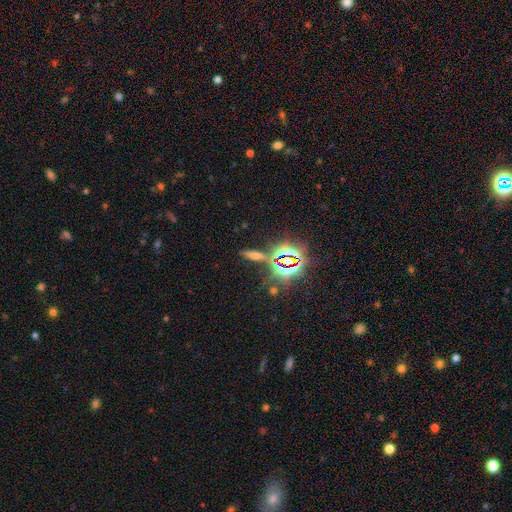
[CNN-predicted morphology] This is marginally a star or artifact rather than a galaxy (42%).